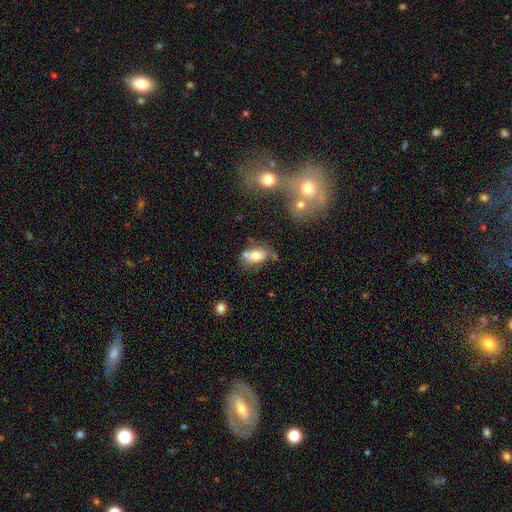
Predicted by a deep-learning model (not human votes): This appears to be a smooth galaxy with no disk features (71%) that is in between round and cigar-shaped (85%). Merging: none (44%).